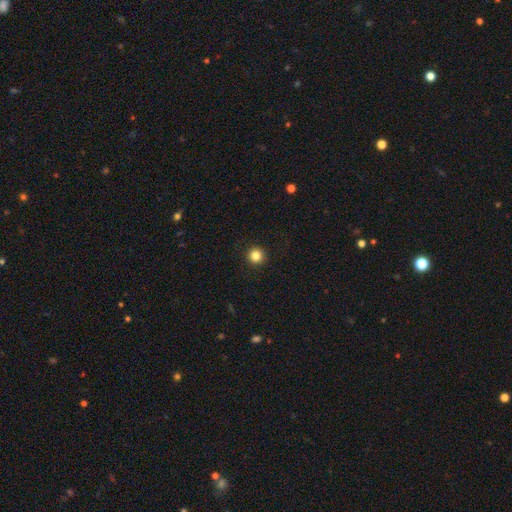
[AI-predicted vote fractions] A smooth galaxy with no disk features (84%) that is round (96%).

Vote fractions:
- Smooth or featured? smooth: 84% / star or artifact: 12% / featured or disk: 4%
- How rounded? round: 96% / in between: 3% / cigar-shaped: 1%
- Merging? none: 94% / minor disturbance: 4% / major disturbance: 2% / merger: 1%